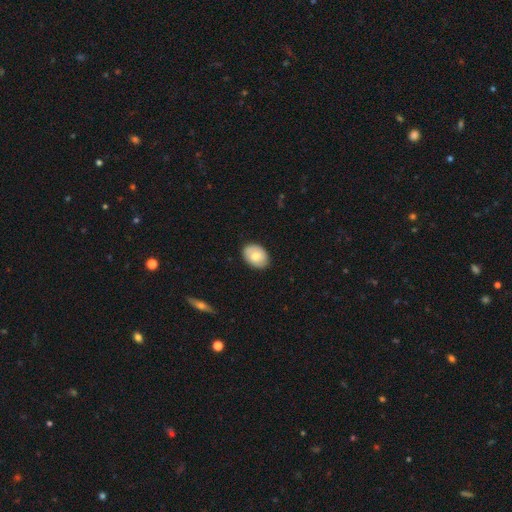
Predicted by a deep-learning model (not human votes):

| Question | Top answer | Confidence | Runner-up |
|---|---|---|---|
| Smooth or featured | smooth | 72% | featured or disk (21%) |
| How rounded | in between | 74% | round (25%) |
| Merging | none | 86% | minor disturbance (11%) |